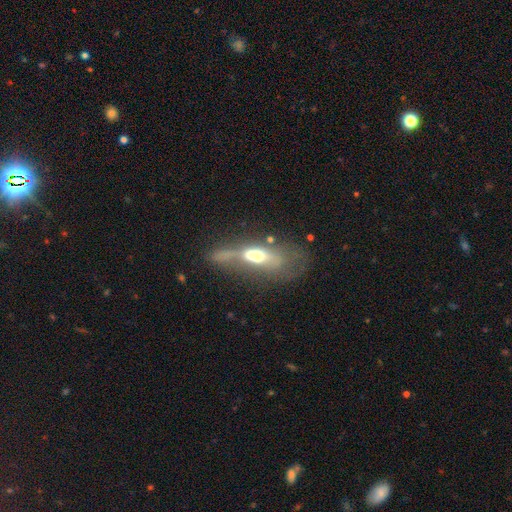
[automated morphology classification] Smooth or featured? featured or disk (47%)
Merging? major disturbance (36%)